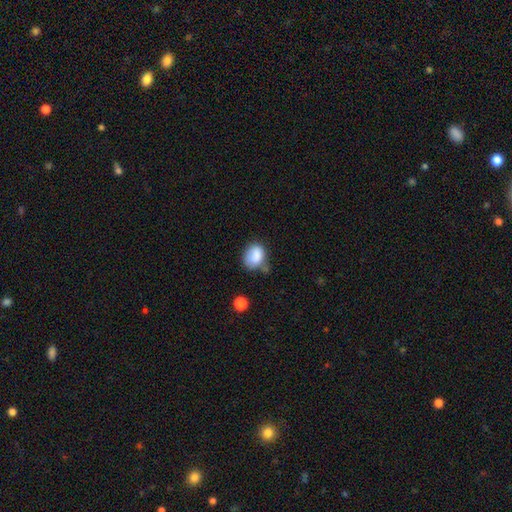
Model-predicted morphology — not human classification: type=smooth (82%); roundness=in between (63%); merging=none (41%).